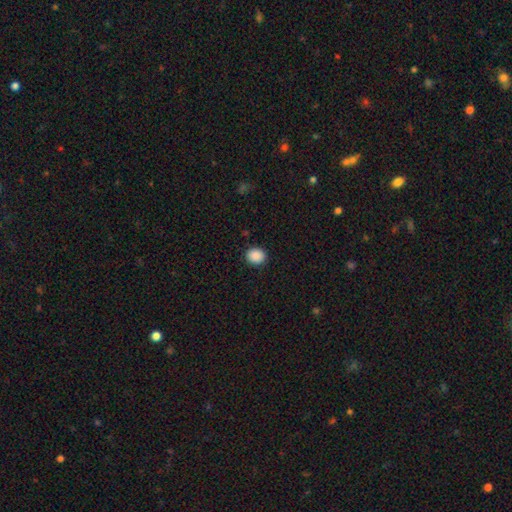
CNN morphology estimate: This appears to be a smooth galaxy with no disk features (89%) that is round (68%). Merging: none (90%).